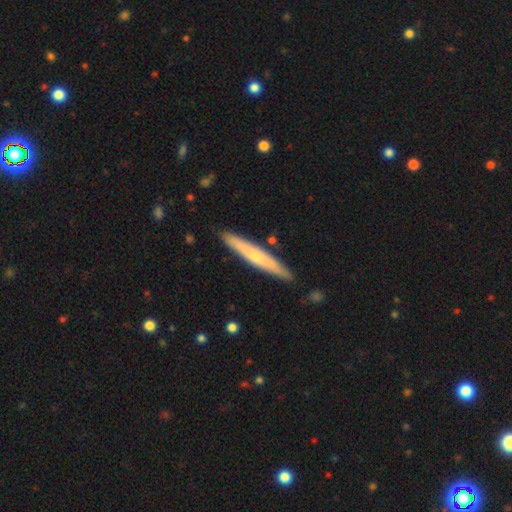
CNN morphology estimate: Overall: smooth (51%; featured or disk 44%). How rounded: cigar-shaped (94%). Merging: none (88%).